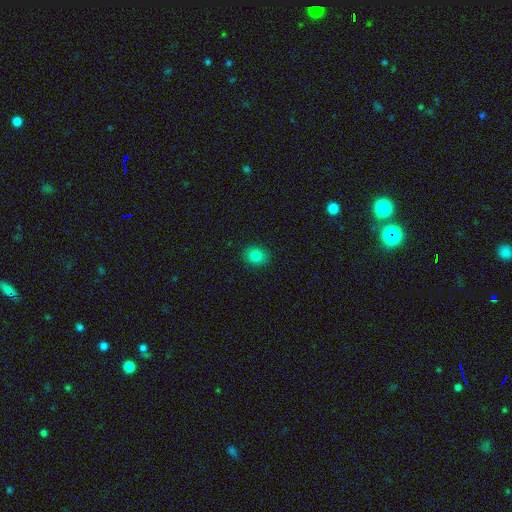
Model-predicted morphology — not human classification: Smooth or featured: smooth — 82% (star or artifact — 12%)
How rounded: round — 59% (in between — 40%)
Merging: none — 90% (minor disturbance — 7%)